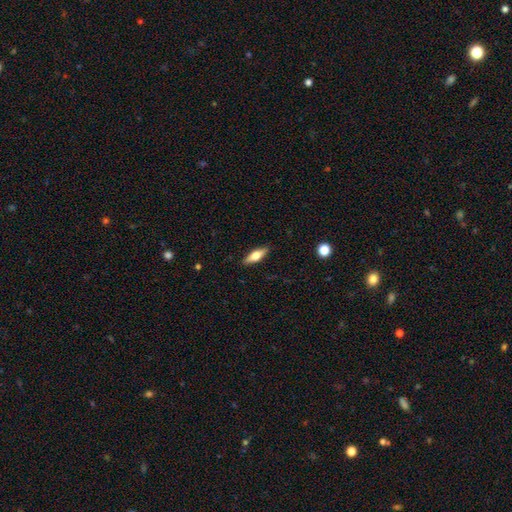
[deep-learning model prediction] Q: Smooth or featured?
A: smooth (52%); runner-up: featured or disk (42%)
Q: How rounded?
A: in between (51%); runner-up: cigar-shaped (46%)
Q: Merging?
A: none (88%); runner-up: minor disturbance (9%)